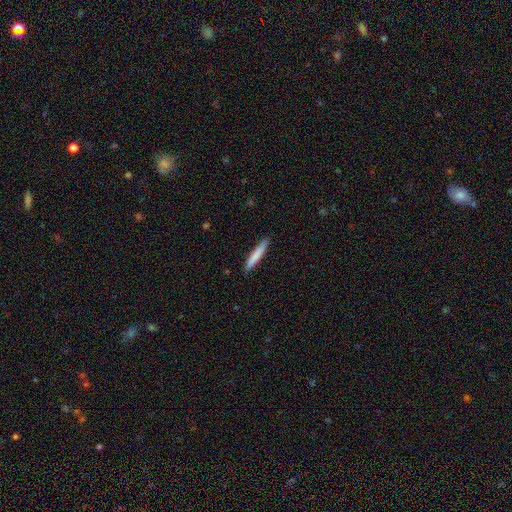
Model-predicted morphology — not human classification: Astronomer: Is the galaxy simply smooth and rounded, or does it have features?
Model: smooth — 79%.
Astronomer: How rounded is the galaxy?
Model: cigar-shaped — 94%.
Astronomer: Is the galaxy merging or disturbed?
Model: none — 89%.